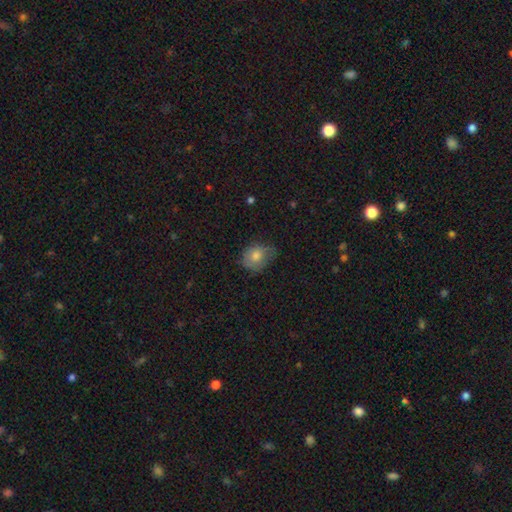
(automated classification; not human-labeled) The model was most divided on "how rounded": round: 53%, in between: 46%, cigar-shaped: 1%. More confident: smooth or featured — smooth (71%); merging — none (54%).